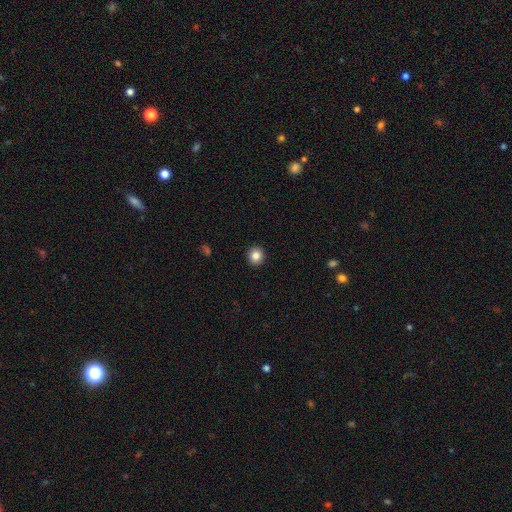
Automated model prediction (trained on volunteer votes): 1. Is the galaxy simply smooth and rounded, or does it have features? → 85% smooth, 10% star or artifact, 5% featured or disk.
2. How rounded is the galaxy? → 91% round, 8% in between, 1% cigar-shaped.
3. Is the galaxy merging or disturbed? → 93% none, 5% minor disturbance, 2% major disturbance, 1% merger.